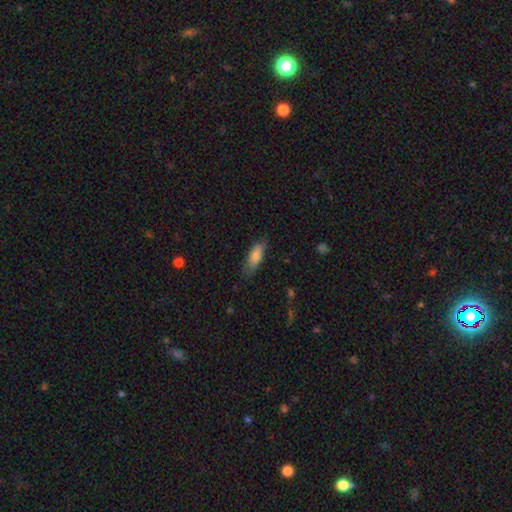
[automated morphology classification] The model was most divided on "how rounded": in between: 68%, cigar-shaped: 30%, round: 2%. More confident: smooth or featured — smooth (80%); merging — none (74%).